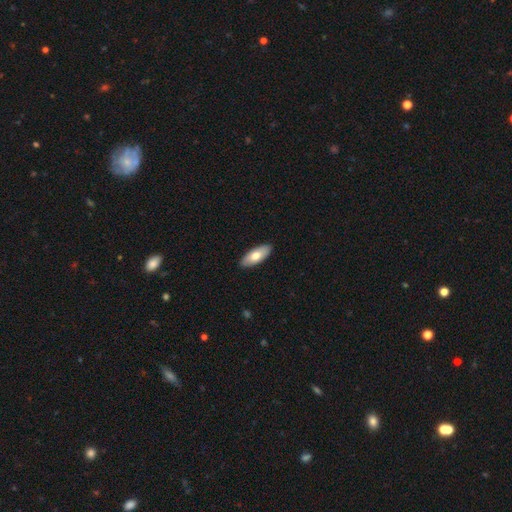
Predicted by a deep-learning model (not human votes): Morphology: type=smooth (72%); roundness=in between (84%); merging=none (90%).